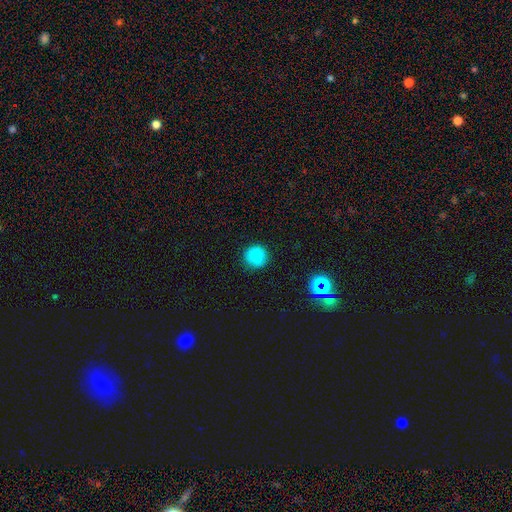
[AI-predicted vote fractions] smooth-or-featured: smooth: 82% | star or artifact: 12% | featured or disk: 6%
  how-rounded: round: 95% | in between: 4% | cigar-shaped: 1%
  merging: none: 89% | minor disturbance: 8% | major disturbance: 2% | merger: 1%